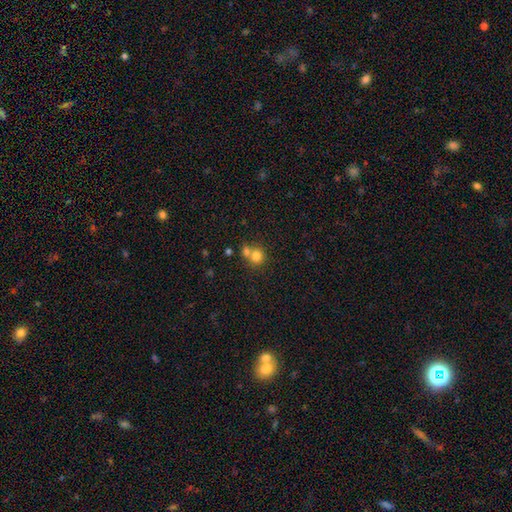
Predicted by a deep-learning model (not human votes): A smooth galaxy with no disk features (78%) that is round (84%). Merging: merger (47%).